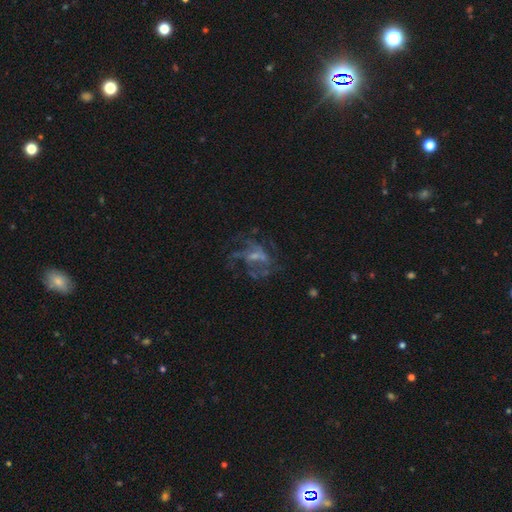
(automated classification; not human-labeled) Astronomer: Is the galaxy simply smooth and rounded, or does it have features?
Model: featured or disk — 70%.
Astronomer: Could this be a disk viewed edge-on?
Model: no — 97%.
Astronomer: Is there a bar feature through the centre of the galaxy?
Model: no — 50% (runner-up: weak, 40%).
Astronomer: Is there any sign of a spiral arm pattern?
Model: yes — 71%.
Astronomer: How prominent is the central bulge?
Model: small — 53%.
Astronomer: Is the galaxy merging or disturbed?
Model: none — 53% (runner-up: major disturbance, 28%).